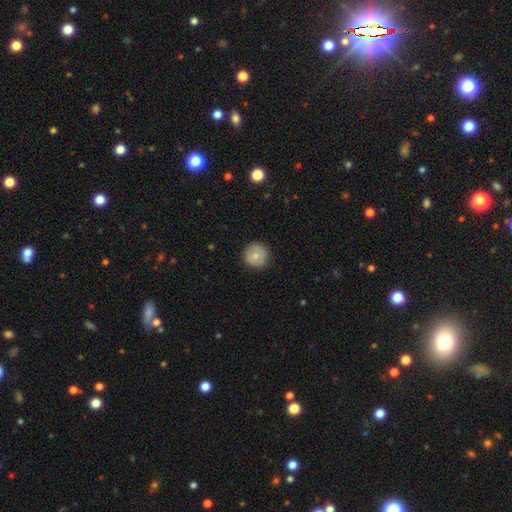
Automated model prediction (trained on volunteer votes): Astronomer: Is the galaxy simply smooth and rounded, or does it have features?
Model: smooth — 74%.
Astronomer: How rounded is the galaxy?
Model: round — 94%.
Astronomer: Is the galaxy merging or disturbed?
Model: none — 87%.